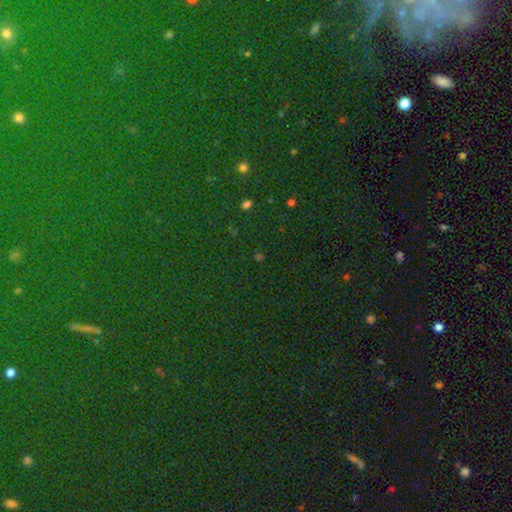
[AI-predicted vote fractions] A star or artifact, not a galaxy (83%).